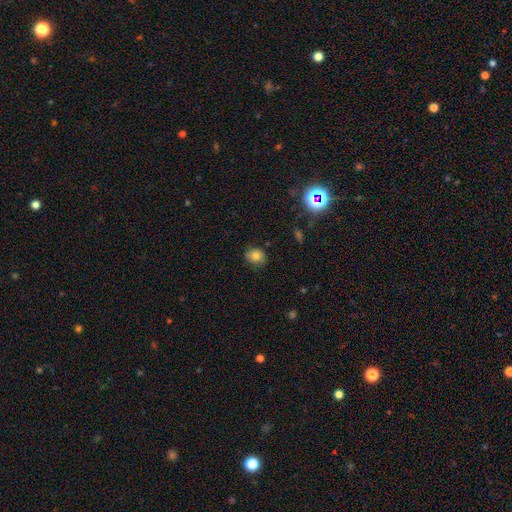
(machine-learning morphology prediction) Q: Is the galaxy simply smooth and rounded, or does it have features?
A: smooth — 73%.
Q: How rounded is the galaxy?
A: round — 66%.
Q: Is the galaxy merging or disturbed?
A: none — 72%.